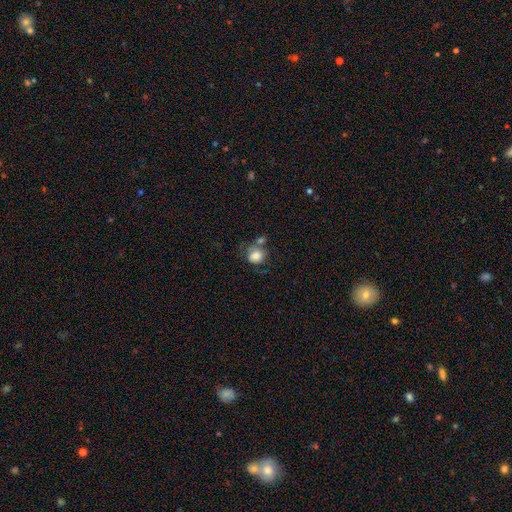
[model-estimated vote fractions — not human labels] A smooth galaxy with no disk features (78%) that is round (69%). Merging: none (41%).